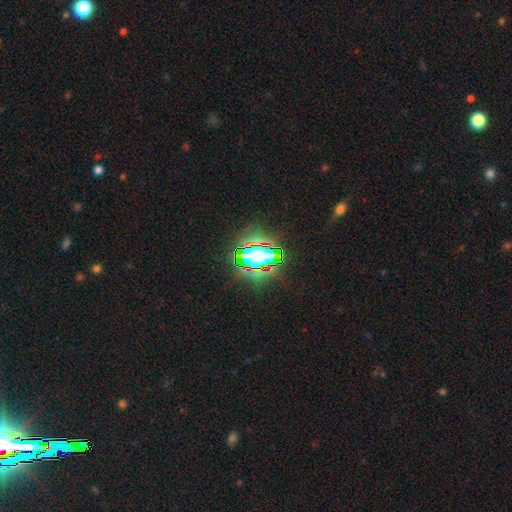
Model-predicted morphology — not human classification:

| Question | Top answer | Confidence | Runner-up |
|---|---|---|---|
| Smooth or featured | star or artifact | 64% | smooth (22%) |